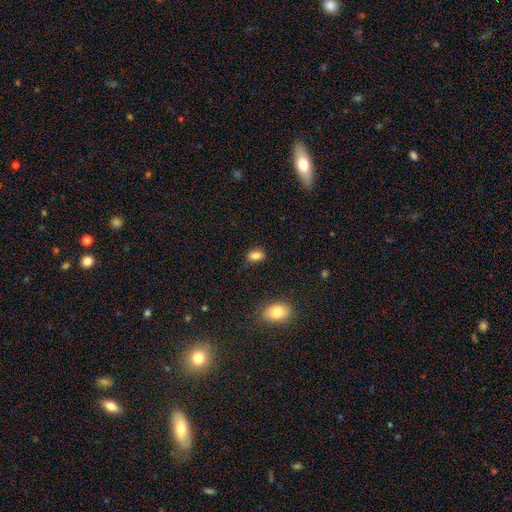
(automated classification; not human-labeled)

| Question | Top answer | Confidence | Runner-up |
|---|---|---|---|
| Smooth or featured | smooth | 83% | star or artifact (11%) |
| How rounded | in between | 79% | round (19%) |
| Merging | none | 80% | minor disturbance (15%) |